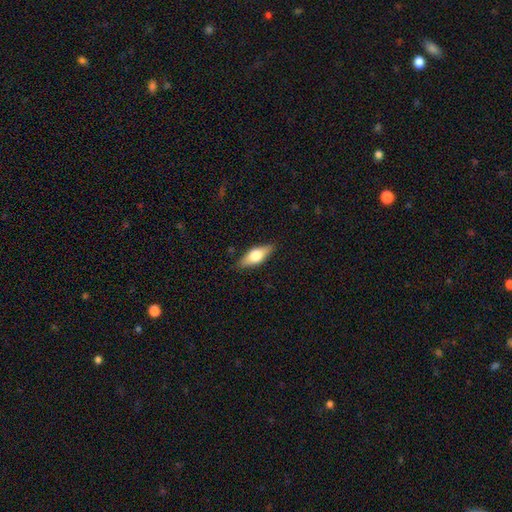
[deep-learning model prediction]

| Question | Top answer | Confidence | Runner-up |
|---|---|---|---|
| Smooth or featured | smooth | 55% | featured or disk (38%) |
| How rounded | in between | 70% | cigar-shaped (27%) |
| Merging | none | 85% | minor disturbance (11%) |